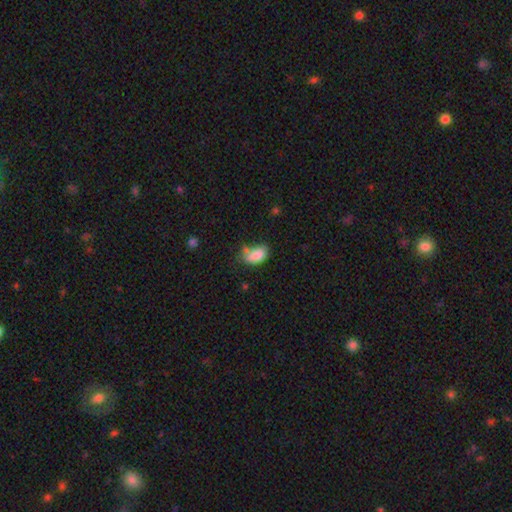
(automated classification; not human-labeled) Smooth or featured?
  - smooth: 82% *
  - featured or disk: 10%
  - star or artifact: 9%
How rounded?
  - in between: 90% *
  - round: 7%
  - cigar-shaped: 2%
Merging?
  - none: 44% *
  - minor disturbance: 30%
  - merger: 15%
  - major disturbance: 10%